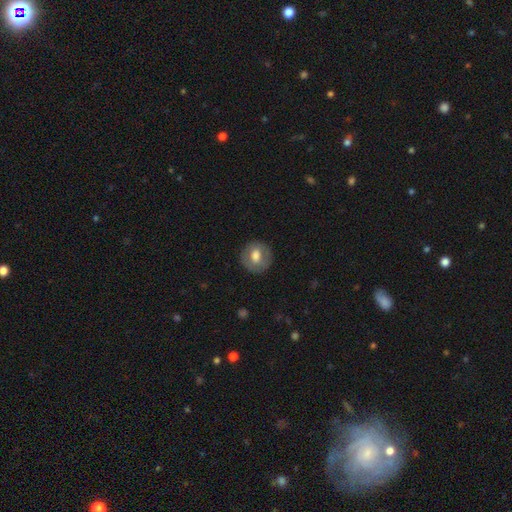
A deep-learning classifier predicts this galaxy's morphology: Smooth or featured?
  - smooth: 61% *
  - featured or disk: 32%
  - star or artifact: 7%
How rounded?
  - round: 82% *
  - in between: 17%
  - cigar-shaped: 1%
Merging?
  - none: 84% *
  - minor disturbance: 11%
  - major disturbance: 4%
  - merger: 1%